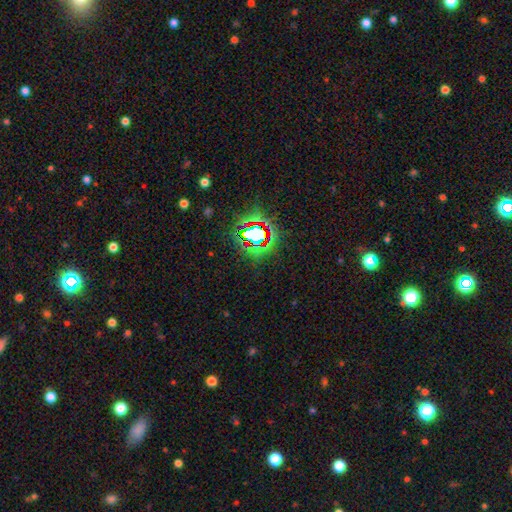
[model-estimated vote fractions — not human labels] The model was most divided on "smooth or featured": star or artifact: 79%, smooth: 12%, featured or disk: 9%.